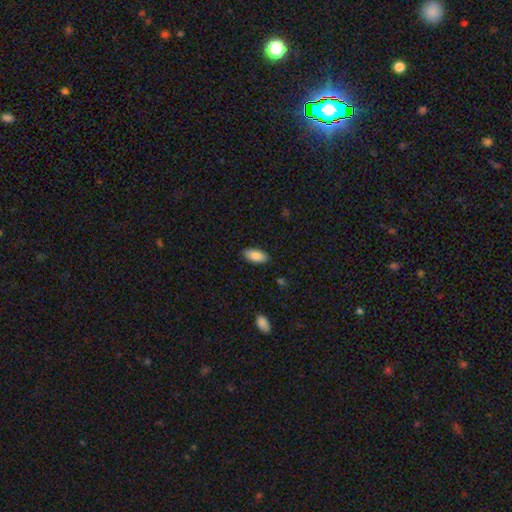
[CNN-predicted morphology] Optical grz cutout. It shows a smooth galaxy with no disk features (87%) that is in between round and cigar-shaped (90%). Merging: none (86%).